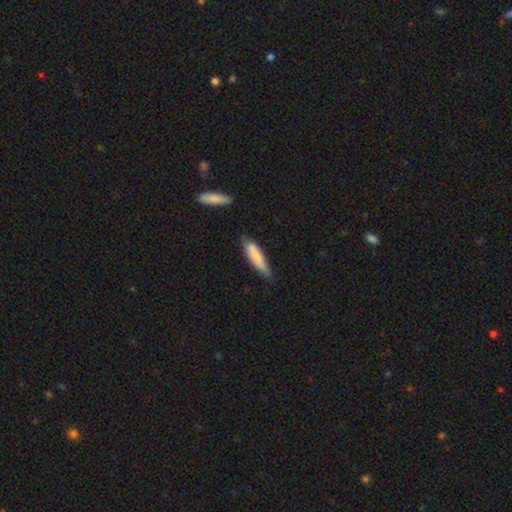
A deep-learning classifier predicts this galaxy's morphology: smooth 74%, featured or disk 20%, star or artifact 6%. Down the decision tree: how rounded — cigar-shaped (73%); merging — none (62%).